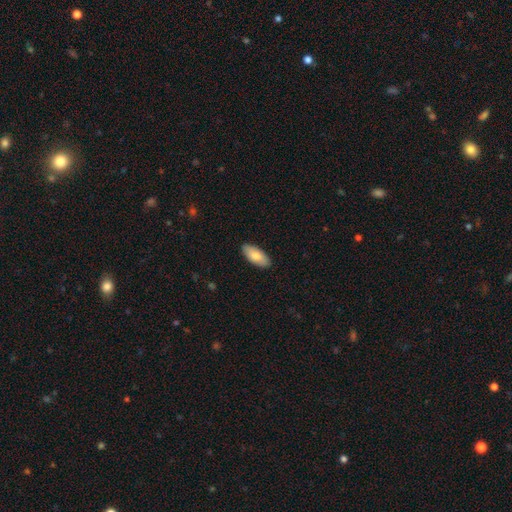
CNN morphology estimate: smooth-or-featured: smooth: 77% | featured or disk: 17% | star or artifact: 5%
  how-rounded: in between: 91% | cigar-shaped: 7% | round: 2%
  merging: none: 89% | minor disturbance: 9% | major disturbance: 2% | merger: 1%